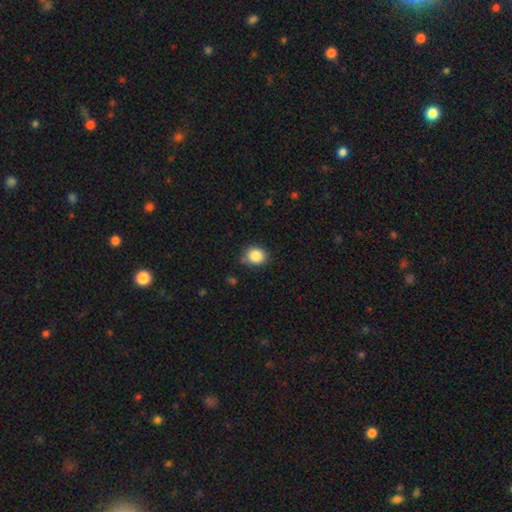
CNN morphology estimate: A smooth galaxy with no disk features (86%) that is round (72%).

Vote fractions:
- Smooth or featured? smooth: 86% / star or artifact: 10% / featured or disk: 4%
- How rounded? round: 72% / in between: 28% / cigar-shaped: 1%
- Merging? none: 78% / minor disturbance: 17% / major disturbance: 3% / merger: 2%